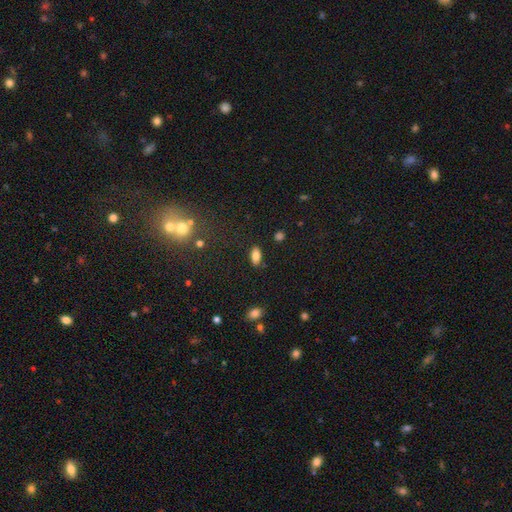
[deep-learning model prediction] smooth-or-featured: smooth: 81% | featured or disk: 10% | star or artifact: 9%
  how-rounded: in between: 89% | cigar-shaped: 6% | round: 4%
  merging: none: 85% | minor disturbance: 10% | major disturbance: 3% | merger: 2%